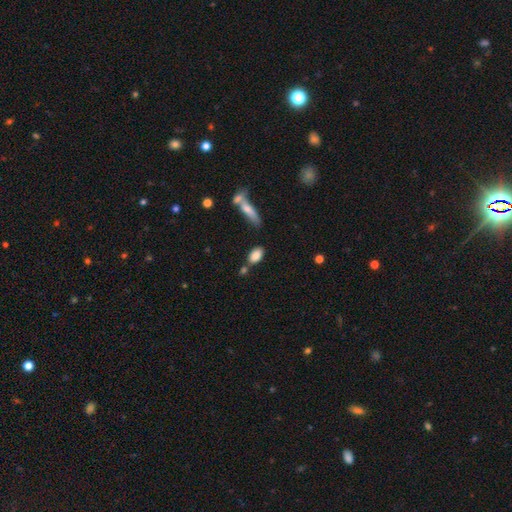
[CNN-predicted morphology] Smooth or featured?
  - smooth: 85% *
  - featured or disk: 8%
  - star or artifact: 8%
How rounded?
  - in between: 88% *
  - cigar-shaped: 7%
  - round: 5%
Merging?
  - none: 62% *
  - merger: 17%
  - minor disturbance: 15%
  - major disturbance: 5%